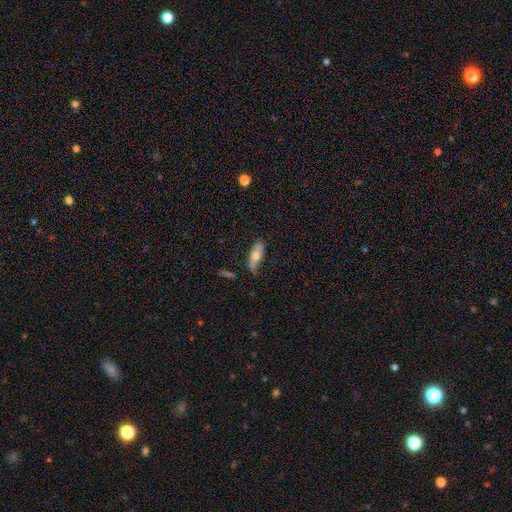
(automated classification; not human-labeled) Smooth or featured? Predicted: smooth (p=0.62). How rounded? Predicted: in between (p=0.58). Merging? Predicted: none (p=0.74).